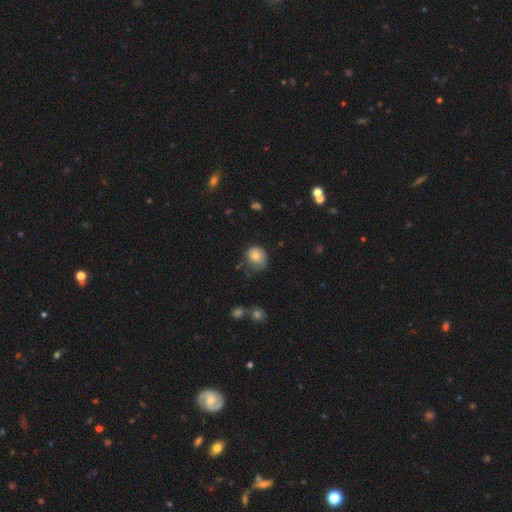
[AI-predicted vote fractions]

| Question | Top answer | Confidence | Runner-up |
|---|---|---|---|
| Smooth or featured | smooth | 79% | featured or disk (12%) |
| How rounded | round | 81% | in between (18%) |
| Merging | none | 56% | minor disturbance (32%) |